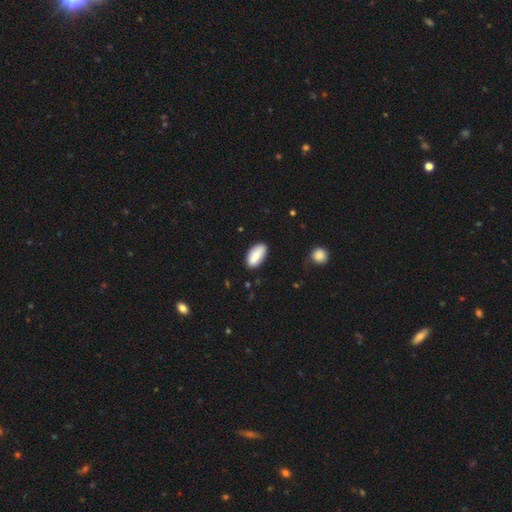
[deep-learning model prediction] Overall: smooth (84%). How rounded: in between (90%). Merging: none (81%).